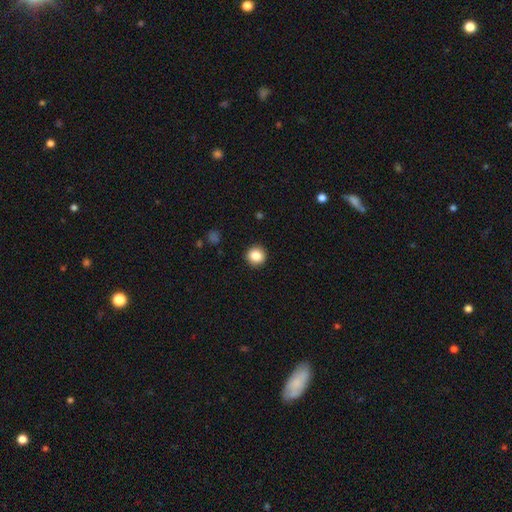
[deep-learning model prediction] smooth-or-featured: smooth: 85% | star or artifact: 10% | featured or disk: 5%
  how-rounded: round: 94% | in between: 5% | cigar-shaped: 1%
  merging: none: 92% | minor disturbance: 5% | major disturbance: 2% | merger: 1%